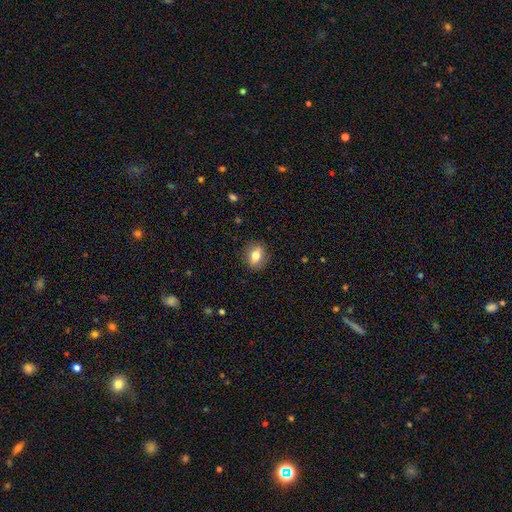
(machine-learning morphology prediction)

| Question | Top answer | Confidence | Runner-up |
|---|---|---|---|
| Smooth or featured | smooth | 75% | featured or disk (17%) |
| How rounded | in between | 64% | round (34%) |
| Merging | none | 84% | minor disturbance (12%) |